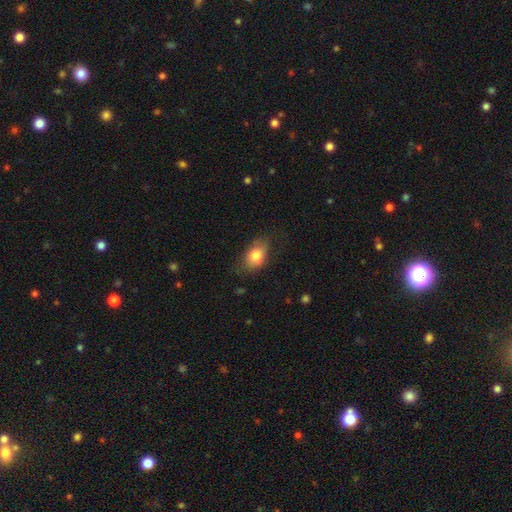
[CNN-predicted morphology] This is likely a smooth galaxy (79%). How rounded: clearly in between (84%). Merging: likely none (70%).